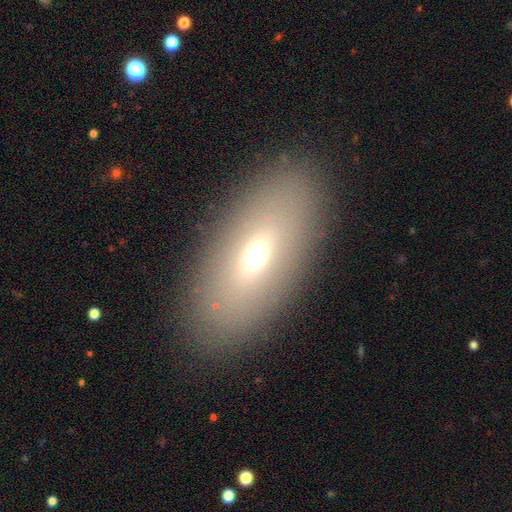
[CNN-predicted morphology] Smooth or featured? smooth (63%)
How rounded? in between (86%)
Merging? none (87%)